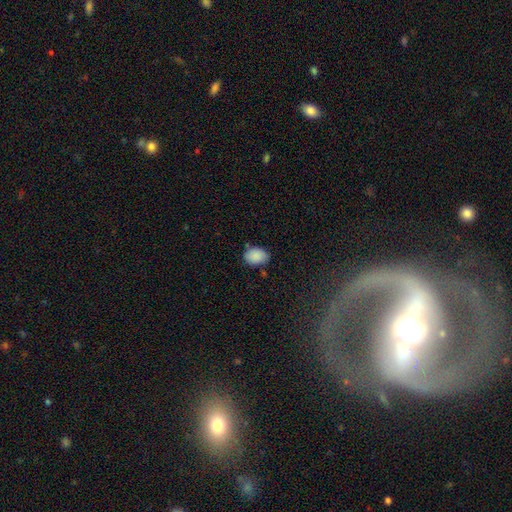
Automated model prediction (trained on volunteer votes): smooth 88%, star or artifact 7%, featured or disk 4%. Down the decision tree: how rounded — in between (73%); merging — none (71%).